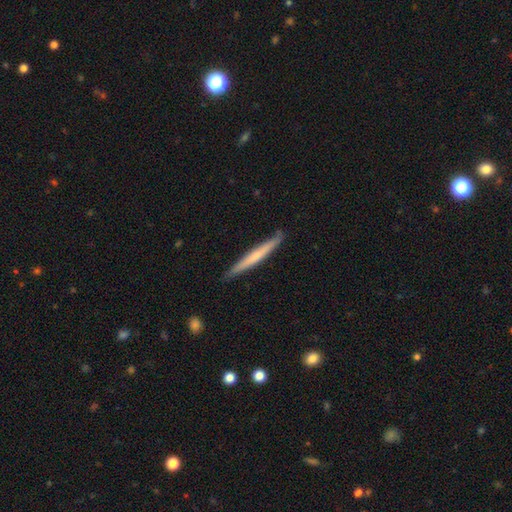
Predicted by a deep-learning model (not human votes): A smooth galaxy with no disk features (51%) that is cigar-shaped (97%). Merging: none (87%).